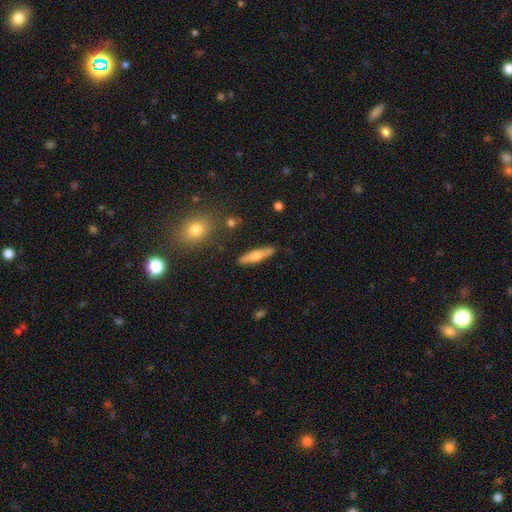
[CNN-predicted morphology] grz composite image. It shows a smooth galaxy with no disk features (51%) that is cigar-shaped (77%). Merging: none (86%).